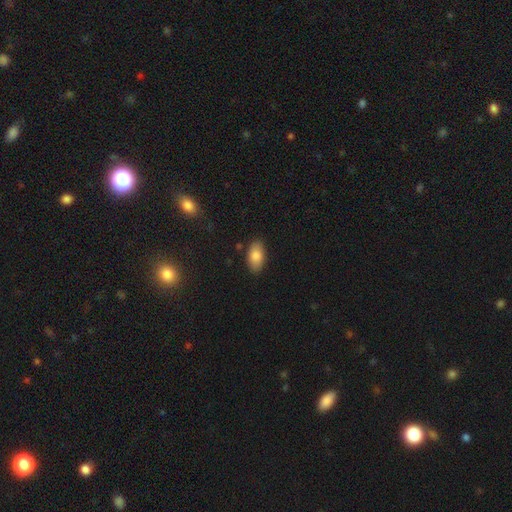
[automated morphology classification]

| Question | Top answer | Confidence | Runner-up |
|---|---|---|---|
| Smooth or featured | smooth | 84% | featured or disk (9%) |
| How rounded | in between | 93% | round (4%) |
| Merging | none | 86% | minor disturbance (11%) |